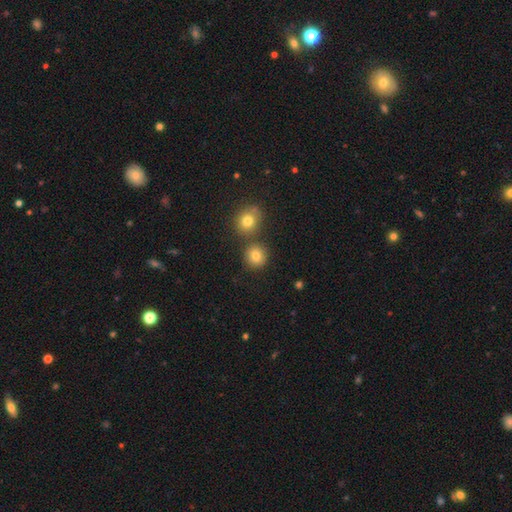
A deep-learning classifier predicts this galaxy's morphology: The model was most divided on "merging": none: 78%, merger: 13%, minor disturbance: 7%, major disturbance: 2%. More confident: how rounded — round (90%); smooth or featured — smooth (81%).